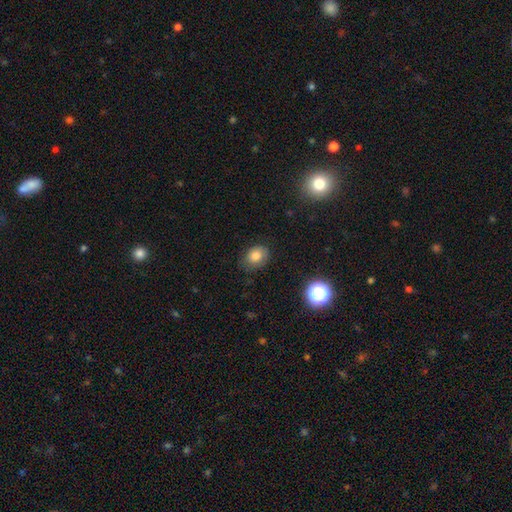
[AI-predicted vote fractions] Overall: smooth (78%). How rounded: in between (54%; round 46%). Merging: none (74%).